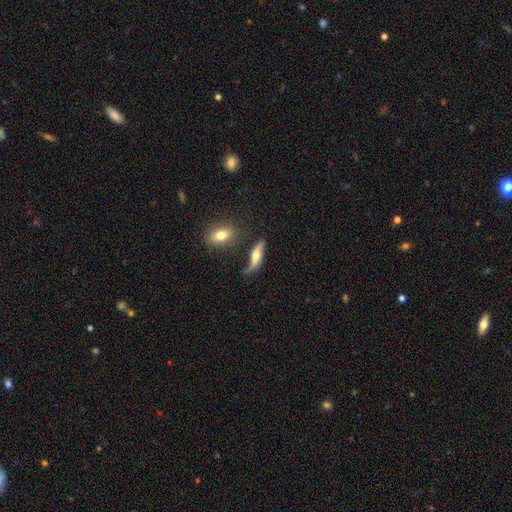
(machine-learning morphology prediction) A featured or disk galaxy (66%).

Vote fractions:
- Smooth or featured? featured or disk: 66% / smooth: 27% / star or artifact: 7%
- Edge-on disk? no: 54% / yes: 46%
- Merging? none: 54% / minor disturbance: 25% / major disturbance: 14% / merger: 6%